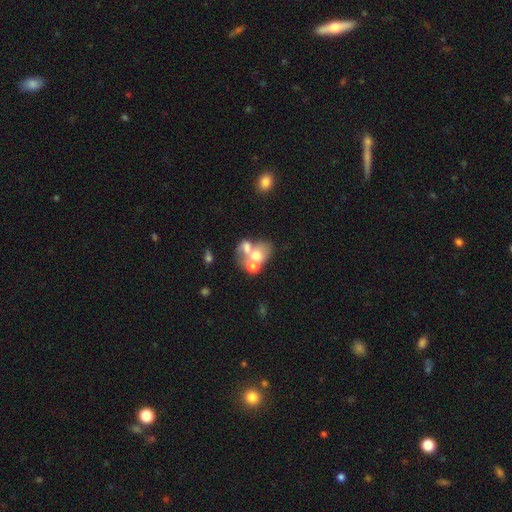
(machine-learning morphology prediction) A smooth galaxy with no disk features (47%).

Vote fractions:
- Smooth or featured? smooth: 47% / featured or disk: 40% / star or artifact: 13%
- Merging? merger: 64% / none: 18% / major disturbance: 10% / minor disturbance: 8%